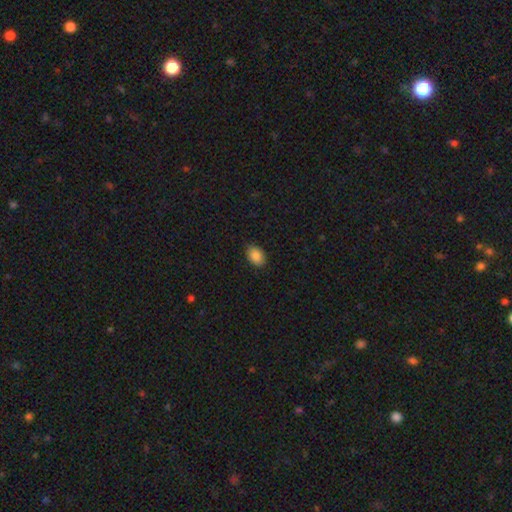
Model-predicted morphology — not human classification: smooth-or-featured: smooth: 88% | star or artifact: 8% | featured or disk: 4%
  how-rounded: in between: 83% | round: 16% | cigar-shaped: 1%
  merging: none: 88% | minor disturbance: 9% | major disturbance: 2% | merger: 1%